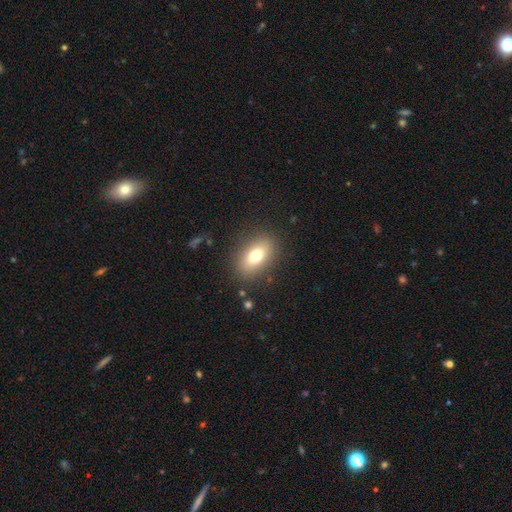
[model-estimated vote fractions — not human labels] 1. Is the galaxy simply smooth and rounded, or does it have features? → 76% smooth, 15% featured or disk, 9% star or artifact.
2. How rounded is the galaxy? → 87% in between, 10% round, 4% cigar-shaped.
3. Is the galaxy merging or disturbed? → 85% none, 10% minor disturbance, 4% major disturbance, 1% merger.